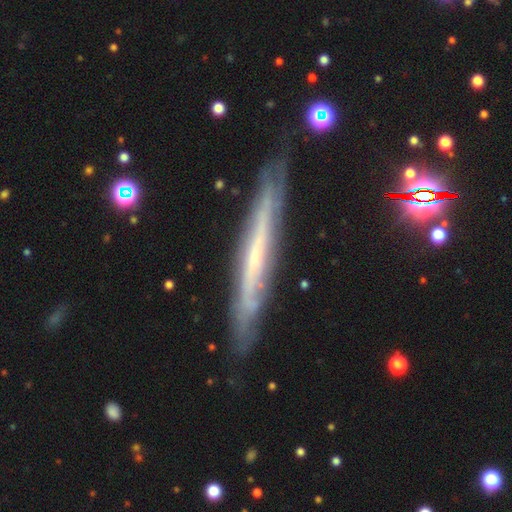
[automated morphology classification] Overall: featured or disk (70%). Edge-on disk: yes (84%). Edge-on bulge: none (74%). Merging: none (84%).